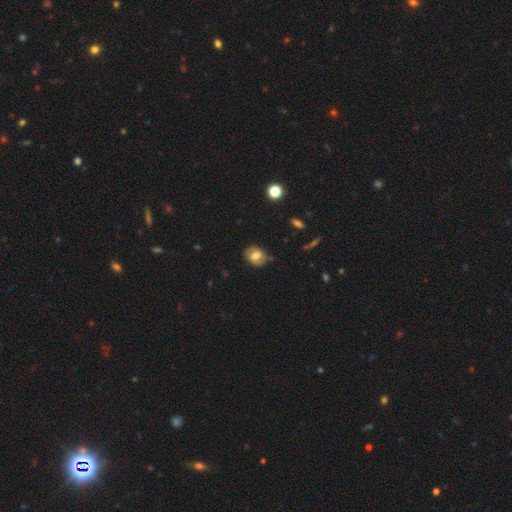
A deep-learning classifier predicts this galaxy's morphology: Smooth or featured? Predicted: smooth (p=0.63). How rounded? Predicted: in between (p=0.51). Merging? Predicted: none (p=0.79).